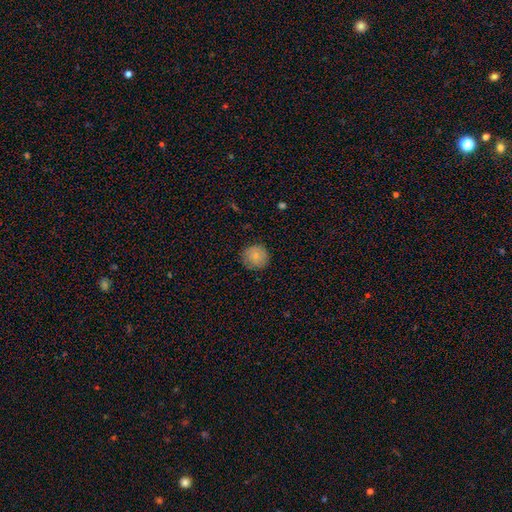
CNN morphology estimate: smooth-or-featured: smooth: 79% | featured or disk: 12% | star or artifact: 9%
  how-rounded: round: 92% | in between: 7% | cigar-shaped: 1%
  merging: none: 83% | minor disturbance: 13% | major disturbance: 3% | merger: 1%